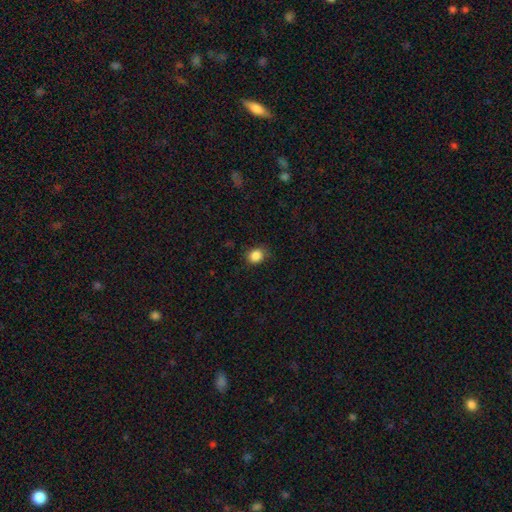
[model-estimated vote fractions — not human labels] Overall: smooth (86%). How rounded: round (66%; in between 34%). Merging: none (82%).